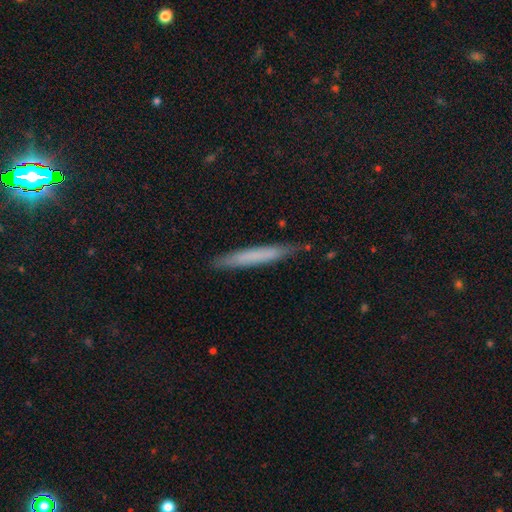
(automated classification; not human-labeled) smooth_or_featured: smooth (p=0.63) [alt: featured or disk p=0.29]
how_rounded: cigar-shaped (p=0.96) [alt: in between p=0.03]
merging: none (p=0.84) [alt: minor disturbance p=0.12]